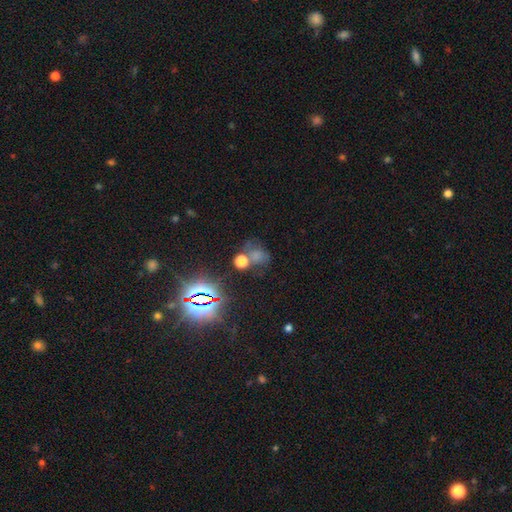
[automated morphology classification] Overall: smooth (53%; star or artifact 33%). How rounded: round (63%; in between 36%). Merging: none (42%; merger 26%).